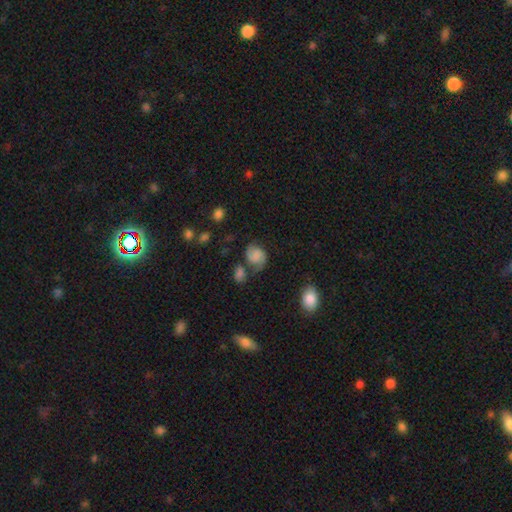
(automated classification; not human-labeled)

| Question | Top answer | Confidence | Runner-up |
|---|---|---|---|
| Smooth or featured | smooth | 49% | featured or disk (40%) |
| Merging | none | 46% | minor disturbance (22%) |